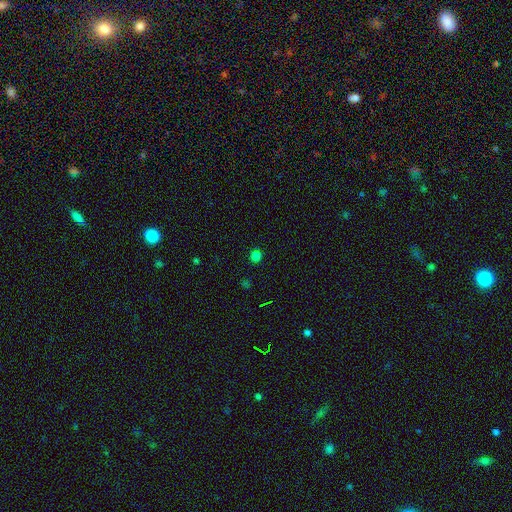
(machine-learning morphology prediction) This is likely a smooth galaxy (79%). How rounded: clearly round (89%). Merging: clearly none (90%).